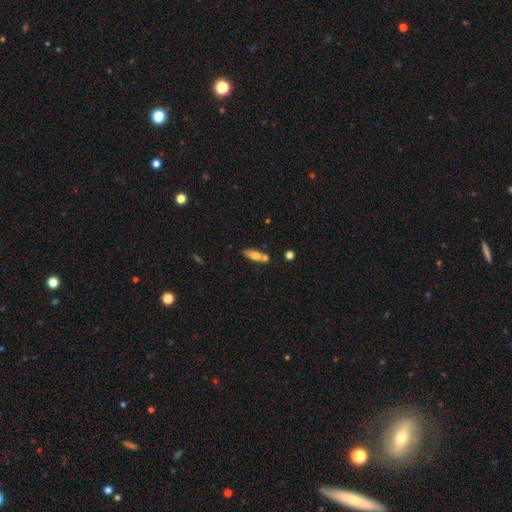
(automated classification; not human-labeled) Overall: smooth (66%; featured or disk 27%). How rounded: in between (54%; cigar-shaped 44%). Merging: none (58%; merger 23%).